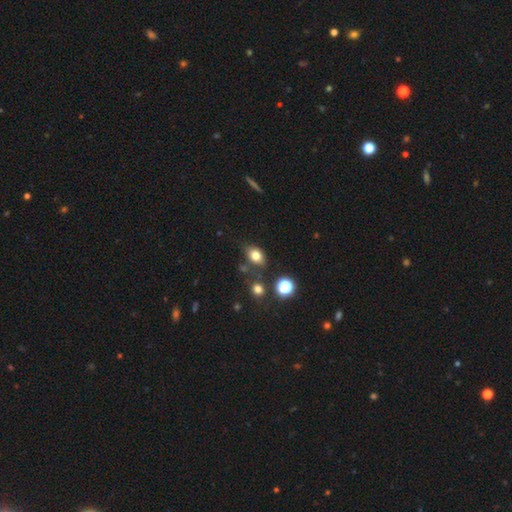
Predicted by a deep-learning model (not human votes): smooth_or_featured: smooth (p=0.78) [alt: star or artifact p=0.13]
how_rounded: in between (p=0.70) [alt: round p=0.28]
merging: none (p=0.69) [alt: minor disturbance p=0.18]